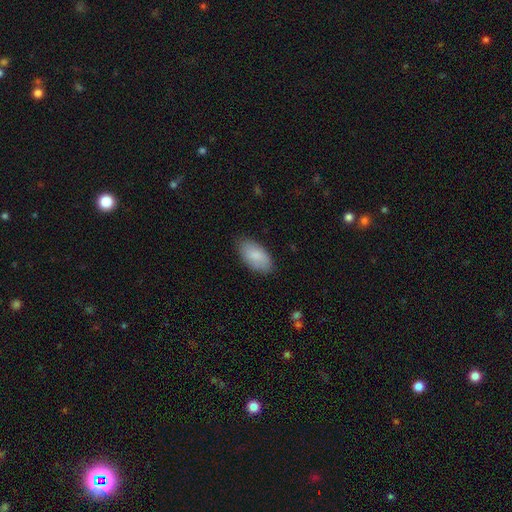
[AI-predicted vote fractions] A smooth galaxy with no disk features (84%) that is in between round and cigar-shaped (95%). Merging: none (82%).